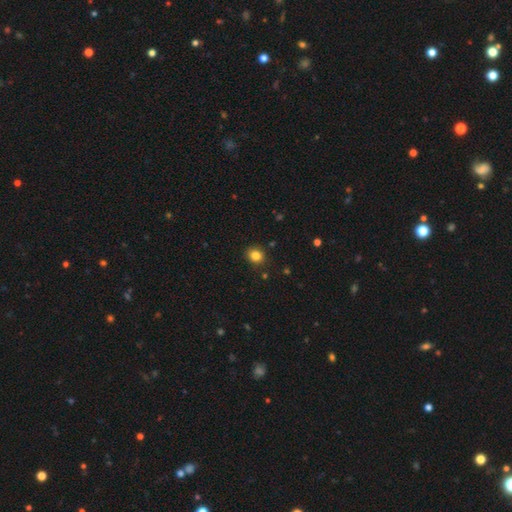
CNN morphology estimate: A smooth galaxy with no disk features (84%) that is round (75%). Merging: none (88%).